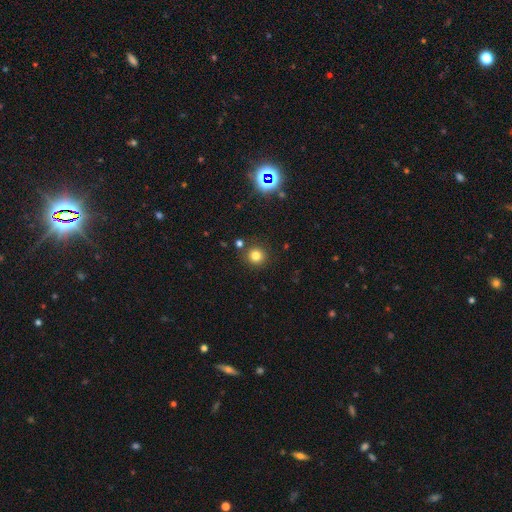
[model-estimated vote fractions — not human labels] Smooth or featured? Predicted: smooth (p=0.78). How rounded? Predicted: round (p=0.93). Merging? Predicted: none (p=0.85).